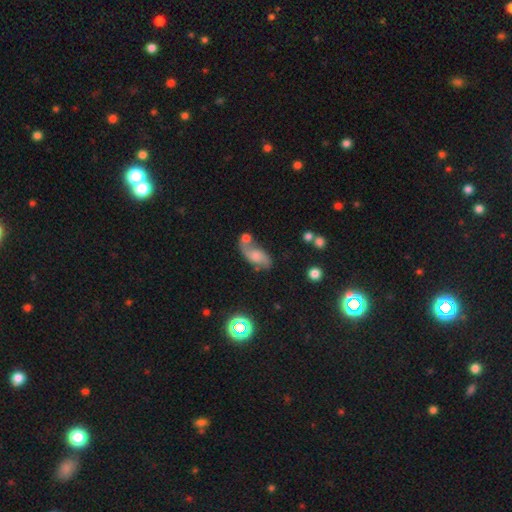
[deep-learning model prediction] This is possibly a featured or disk galaxy (58%). It is clearly not viewed edge-on (93%). Bar: likely no (66%). Spiral arm pattern: clearly yes (85%). Central bulge: marginally moderate (29%, tied with none). Merging: marginally merger (38%).